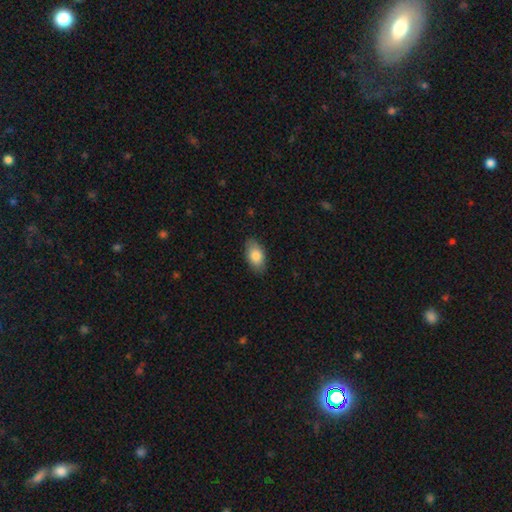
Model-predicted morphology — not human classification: This appears to be a smooth galaxy with no disk features (84%) that is in between round and cigar-shaped (93%). Merging: none (85%).